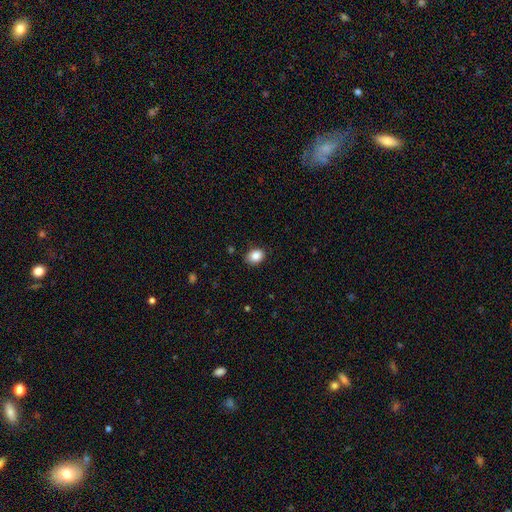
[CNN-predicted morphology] smooth-or-featured: smooth: 87% | star or artifact: 9% | featured or disk: 4%
  how-rounded: in between: 64% | round: 35% | cigar-shaped: 1%
  merging: none: 84% | minor disturbance: 12% | major disturbance: 2% | merger: 1%